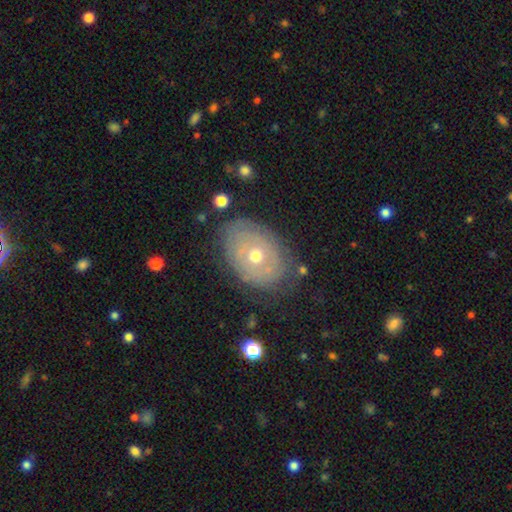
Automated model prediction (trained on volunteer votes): This appears to be a featured or disk galaxy (62%) with no bar (88%), no spiral arms (52%) and a moderate central bulge (64%). Merging: none (78%).